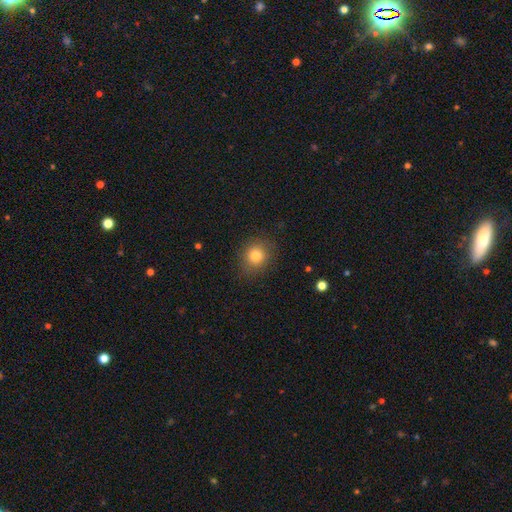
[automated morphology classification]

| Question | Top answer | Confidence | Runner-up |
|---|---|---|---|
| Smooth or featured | smooth | 81% | star or artifact (12%) |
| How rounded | round | 77% | in between (22%) |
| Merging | none | 85% | minor disturbance (11%) |